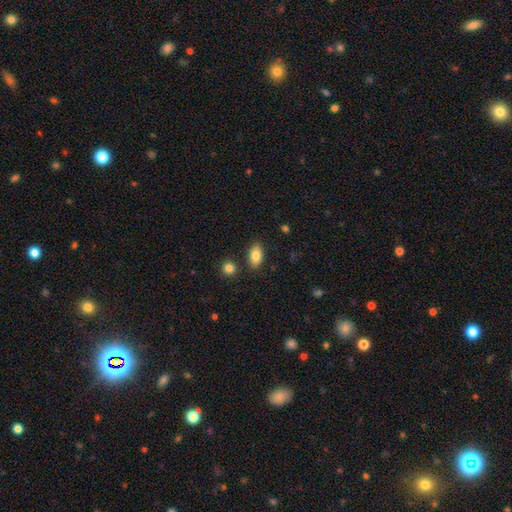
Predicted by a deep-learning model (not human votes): Smooth or featured? Predicted: smooth (p=0.84). How rounded? Predicted: in between (p=0.92). Merging? Predicted: none (p=0.85).